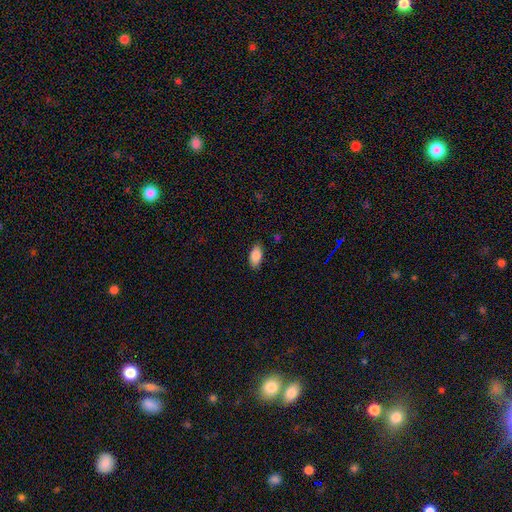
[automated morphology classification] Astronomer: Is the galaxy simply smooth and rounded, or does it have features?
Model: smooth — 86%.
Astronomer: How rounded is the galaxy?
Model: in between — 92%.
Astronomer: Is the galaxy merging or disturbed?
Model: none — 86%.